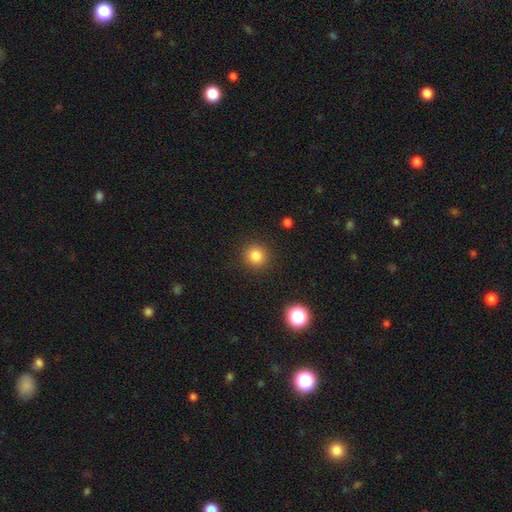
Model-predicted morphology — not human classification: smooth-or-featured: smooth: 83% | star or artifact: 12% | featured or disk: 5%
  how-rounded: round: 93% | in between: 6% | cigar-shaped: 1%
  merging: none: 90% | minor disturbance: 6% | major disturbance: 2% | merger: 1%